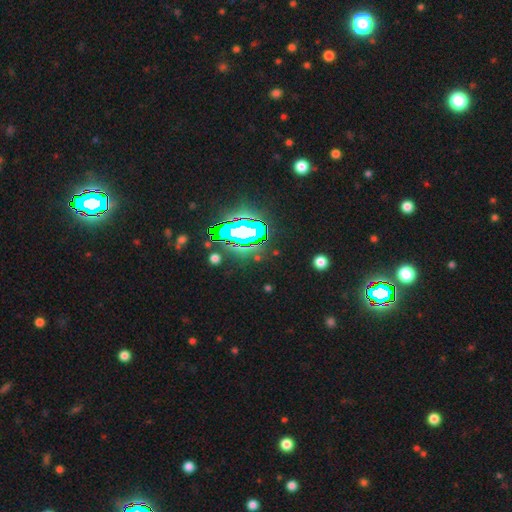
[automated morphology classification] smooth_or_featured: star or artifact (p=0.73) [alt: smooth p=0.15]